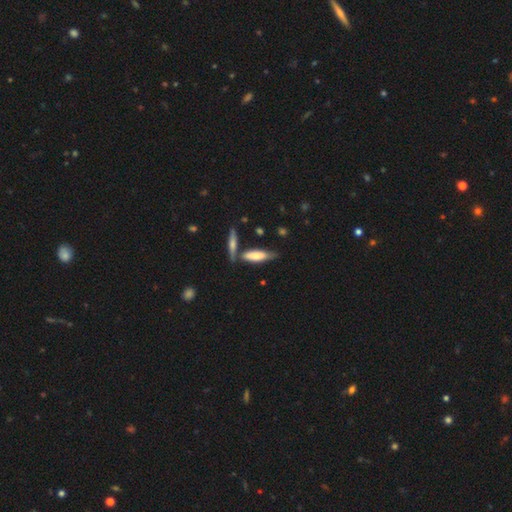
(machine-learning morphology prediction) This appears to be a smooth galaxy with no disk features (65%) that is cigar-shaped (59%). Merging: none (61%).